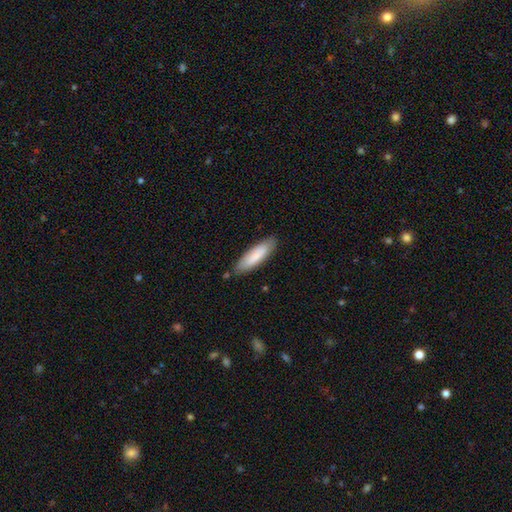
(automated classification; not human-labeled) smooth_or_featured: smooth (p=0.82) [alt: featured or disk p=0.12]
how_rounded: cigar-shaped (p=0.62) [alt: in between p=0.36]
merging: none (p=0.83) [alt: minor disturbance p=0.13]